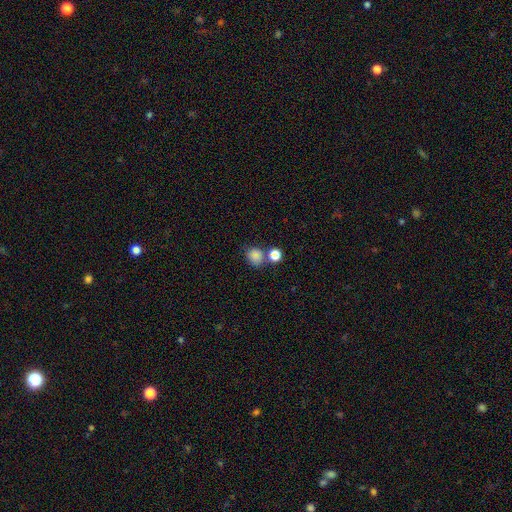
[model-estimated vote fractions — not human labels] The model was most divided on "merging": none: 59%, merger: 25%, minor disturbance: 11%, major disturbance: 5%. More confident: smooth or featured — smooth (83%); how rounded — round (76%).